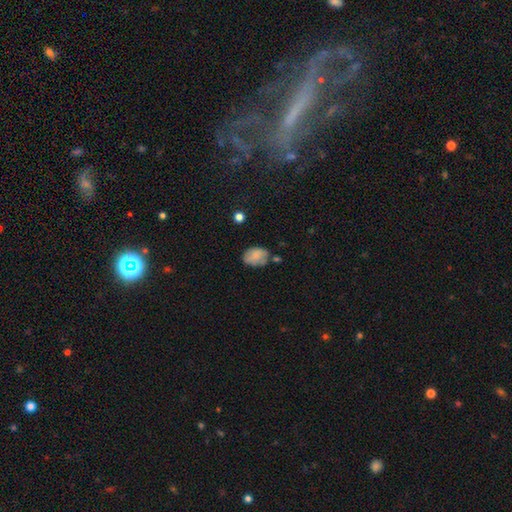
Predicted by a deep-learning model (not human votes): A smooth galaxy with no disk features (76%) that is in between round and cigar-shaped (76%).

Vote fractions:
- Smooth or featured? smooth: 76% / featured or disk: 15% / star or artifact: 9%
- How rounded? in between: 76% / round: 23% / cigar-shaped: 1%
- Merging? none: 54% / minor disturbance: 28% / merger: 10% / major disturbance: 9%